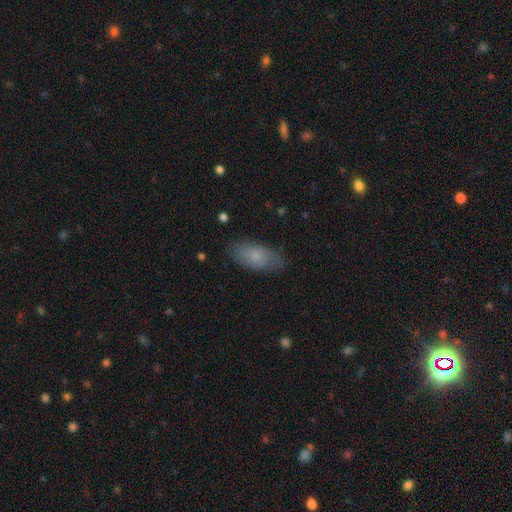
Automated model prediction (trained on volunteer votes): smooth 79%, featured or disk 14%, star or artifact 7%. Down the decision tree: how rounded — in between (89%); merging — none (79%).